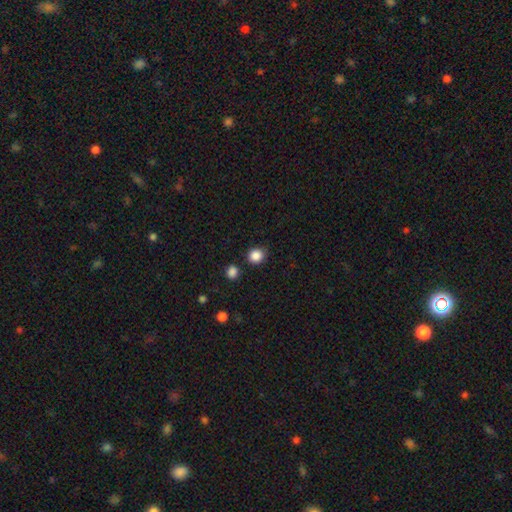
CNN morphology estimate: smooth_or_featured: smooth (p=0.87) [alt: star or artifact p=0.10]
how_rounded: round (p=0.79) [alt: in between p=0.20]
merging: none (p=0.83) [alt: minor disturbance p=0.10]